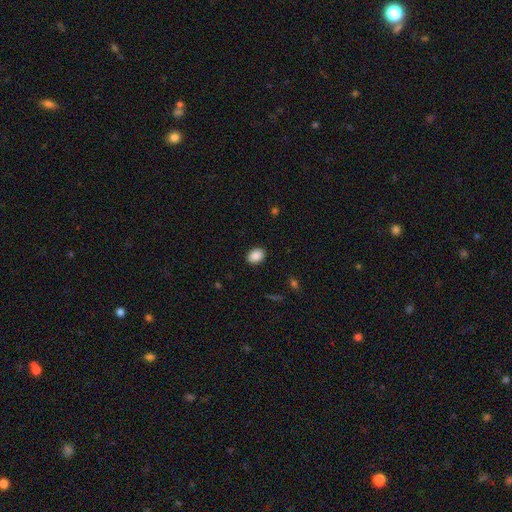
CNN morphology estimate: Smooth or featured?
  - smooth: 89% *
  - star or artifact: 8%
  - featured or disk: 3%
How rounded?
  - in between: 73% *
  - round: 26%
  - cigar-shaped: 1%
Merging?
  - none: 90% *
  - minor disturbance: 7%
  - major disturbance: 2%
  - merger: 1%